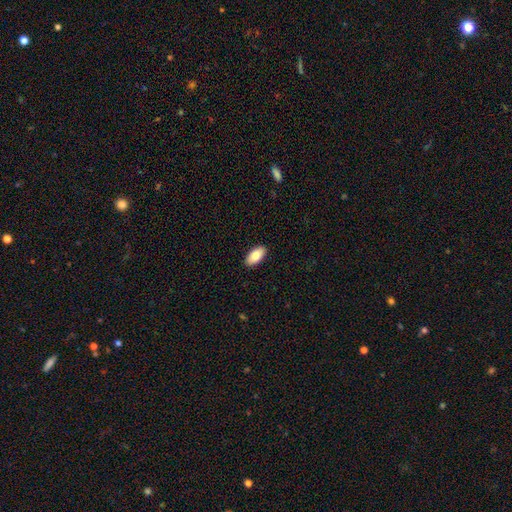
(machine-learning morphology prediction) Smooth or featured? Predicted: smooth (p=0.84). How rounded? Predicted: in between (p=0.94). Merging? Predicted: none (p=0.90).